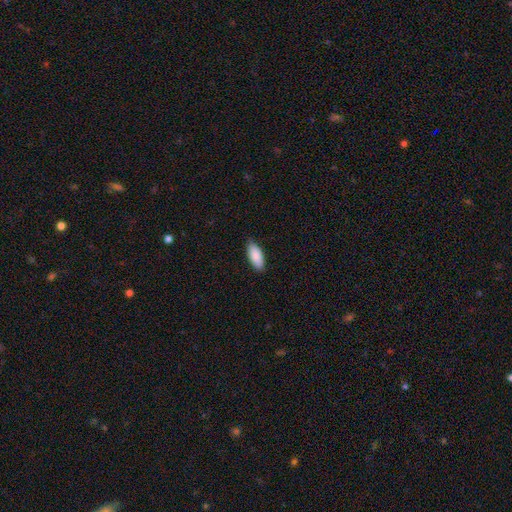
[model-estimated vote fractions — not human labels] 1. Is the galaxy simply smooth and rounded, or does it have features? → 89% smooth, 6% star or artifact, 6% featured or disk.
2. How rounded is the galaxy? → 83% in between, 16% cigar-shaped, 2% round.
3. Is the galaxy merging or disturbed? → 86% none, 11% minor disturbance, 2% major disturbance, 1% merger.